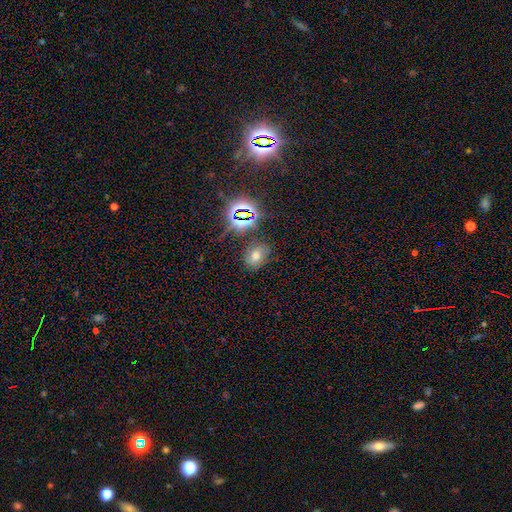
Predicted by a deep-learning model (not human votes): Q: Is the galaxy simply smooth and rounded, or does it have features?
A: smooth — 49%.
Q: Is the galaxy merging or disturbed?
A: none — 78%.